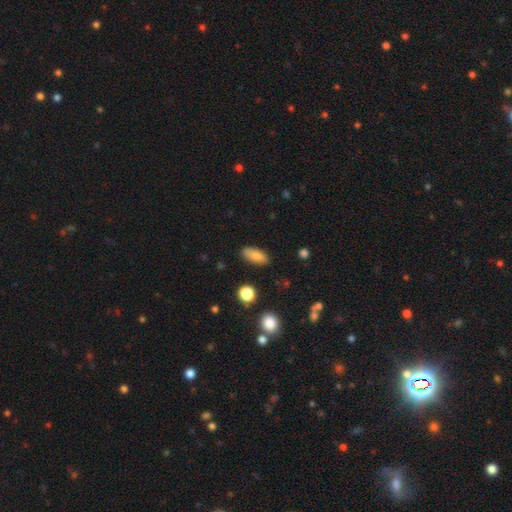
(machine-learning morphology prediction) smooth_or_featured: smooth (p=0.82) [alt: featured or disk p=0.10]
how_rounded: in between (p=0.83) [alt: cigar-shaped p=0.13]
merging: none (p=0.86) [alt: minor disturbance p=0.10]